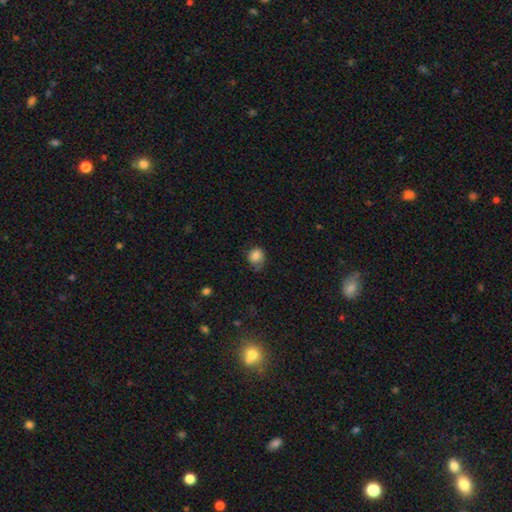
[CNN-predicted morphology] Smooth or featured?
  - smooth: 83% *
  - star or artifact: 10%
  - featured or disk: 7%
How rounded?
  - round: 79% *
  - in between: 20%
  - cigar-shaped: 1%
Merging?
  - none: 64% *
  - minor disturbance: 28%
  - major disturbance: 7%
  - merger: 2%